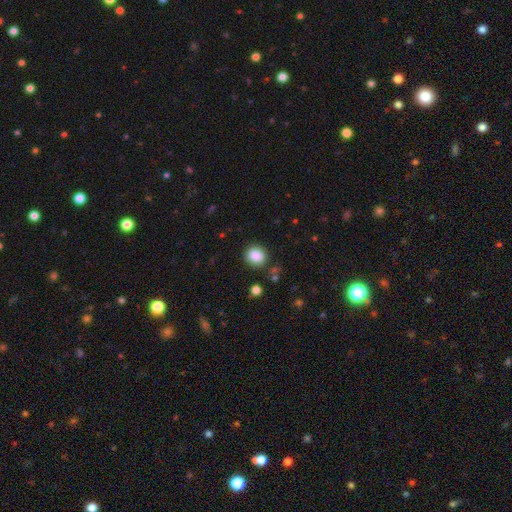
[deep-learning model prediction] Smooth or featured: smooth — 87% (star or artifact — 9%)
How rounded: round — 76% (in between — 23%)
Merging: none — 85% (minor disturbance — 9%)